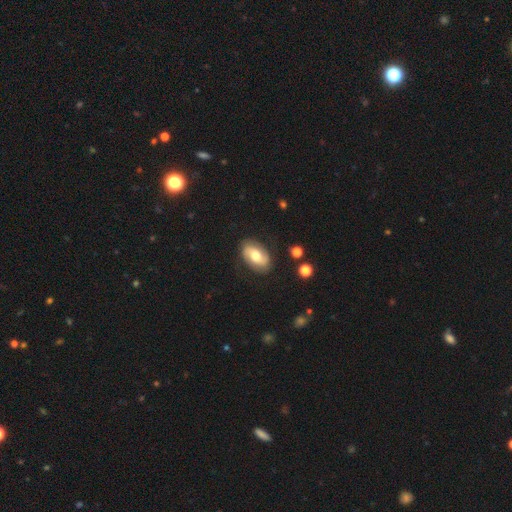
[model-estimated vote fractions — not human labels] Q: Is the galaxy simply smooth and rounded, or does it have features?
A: smooth — 50%.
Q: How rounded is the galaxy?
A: in between — 91%.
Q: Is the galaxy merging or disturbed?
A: none — 81%.